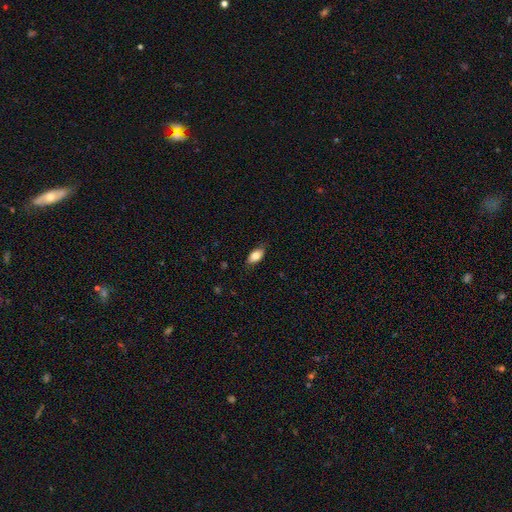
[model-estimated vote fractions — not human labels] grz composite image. It shows a smooth galaxy with no disk features (80%) that is in between round and cigar-shaped (90%). Merging: none (82%).